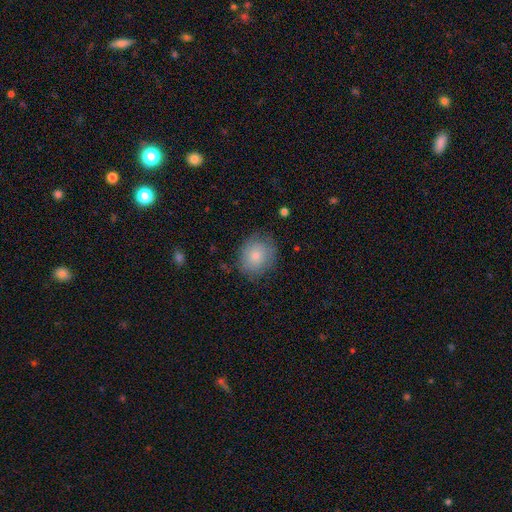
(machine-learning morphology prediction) type=smooth (79%); roundness=round (70%); merging=none (74%).